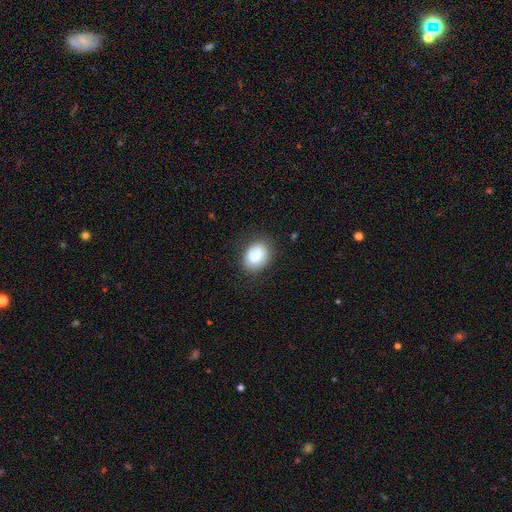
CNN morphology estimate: This is clearly a smooth galaxy (83%). How rounded: likely in between (66%). Merging: clearly none (81%).